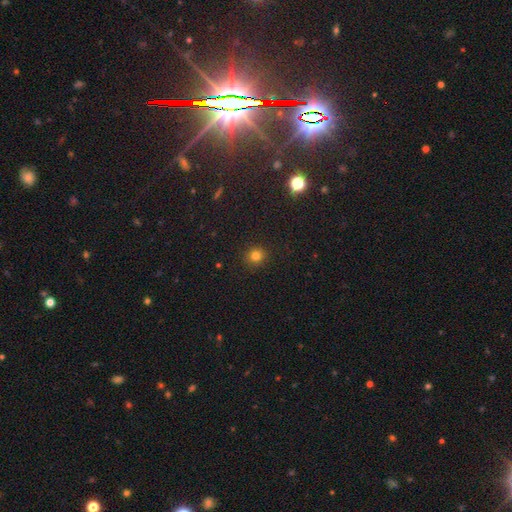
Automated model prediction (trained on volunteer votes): This appears to be a smooth galaxy with no disk features (79%) that is round (89%). Merging: none (90%).